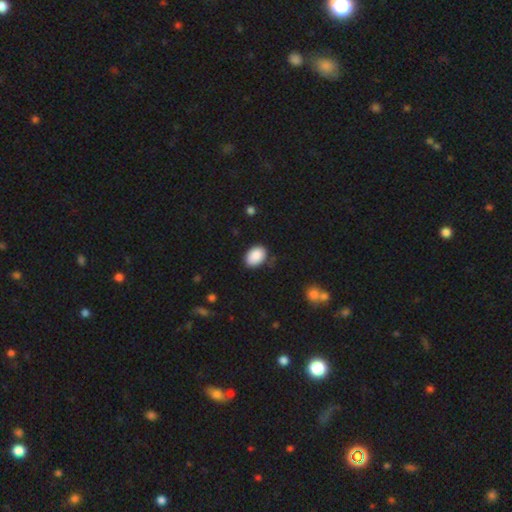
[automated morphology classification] smooth-or-featured: smooth: 89% | star or artifact: 7% | featured or disk: 4%
  how-rounded: in between: 84% | round: 15% | cigar-shaped: 1%
  merging: none: 83% | minor disturbance: 13% | major disturbance: 3% | merger: 2%